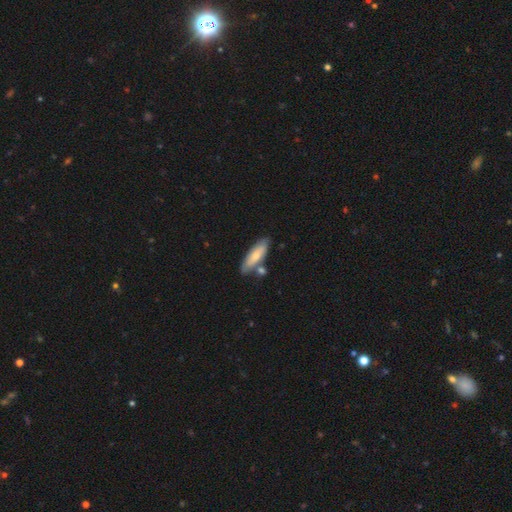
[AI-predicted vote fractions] Smooth or featured? Predicted: smooth (p=0.71). How rounded? Predicted: cigar-shaped (p=0.52). Merging? Predicted: none (p=0.71).